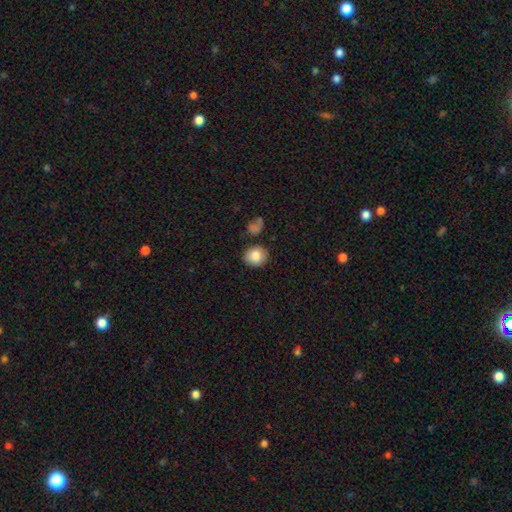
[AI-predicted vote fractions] Q: Smooth or featured?
A: smooth (85%); runner-up: star or artifact (9%)
Q: How rounded?
A: round (79%); runner-up: in between (20%)
Q: Merging?
A: none (83%); runner-up: minor disturbance (10%)